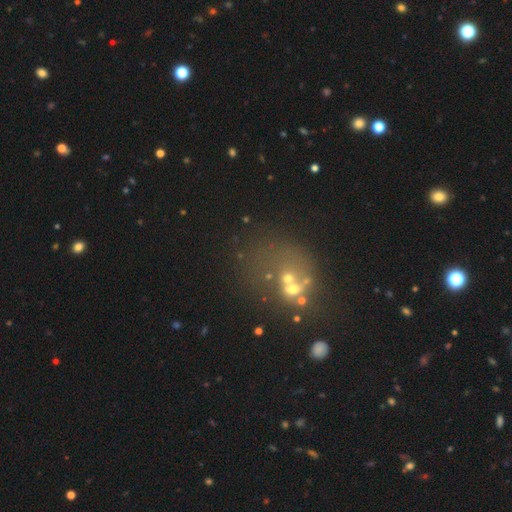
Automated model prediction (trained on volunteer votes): This appears to be a star or artifact, not a galaxy (45%).